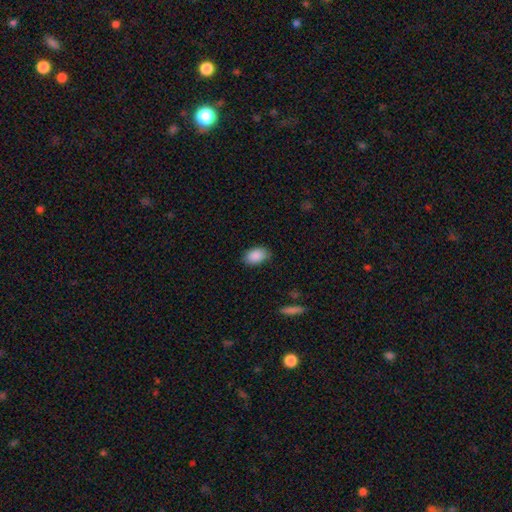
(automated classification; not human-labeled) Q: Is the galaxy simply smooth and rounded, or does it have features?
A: smooth — 89%.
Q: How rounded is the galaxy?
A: in between — 89%.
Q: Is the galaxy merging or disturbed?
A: none — 81%.